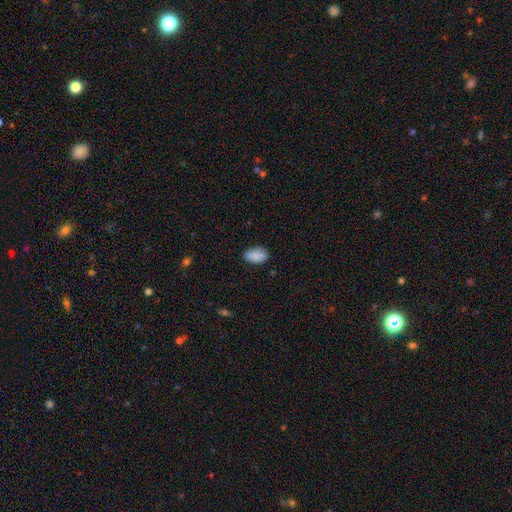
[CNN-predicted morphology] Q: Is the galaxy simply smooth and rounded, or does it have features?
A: smooth — 88%.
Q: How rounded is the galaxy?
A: in between — 91%.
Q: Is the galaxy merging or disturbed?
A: none — 80%.